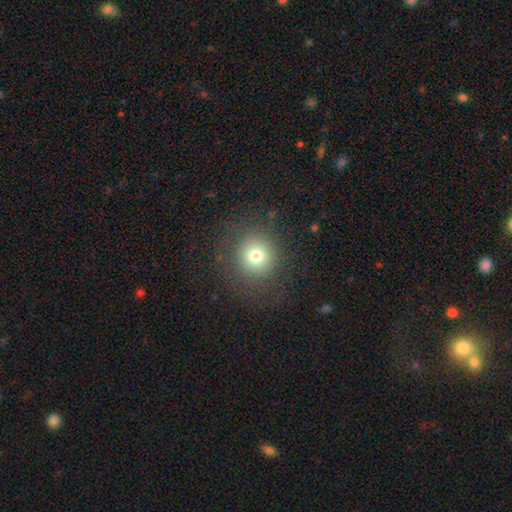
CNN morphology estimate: Smooth or featured? Predicted: smooth (p=0.73). How rounded? Predicted: round (p=0.90). Merging? Predicted: none (p=0.82).